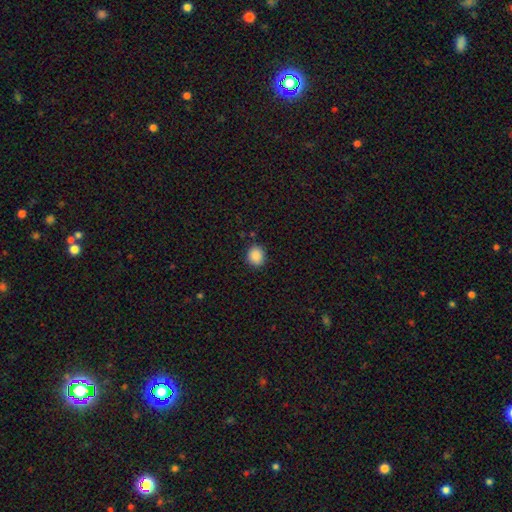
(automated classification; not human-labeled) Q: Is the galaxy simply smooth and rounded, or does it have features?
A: smooth — 88%.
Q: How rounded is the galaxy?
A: round — 75%.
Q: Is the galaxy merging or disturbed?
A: none — 87%.